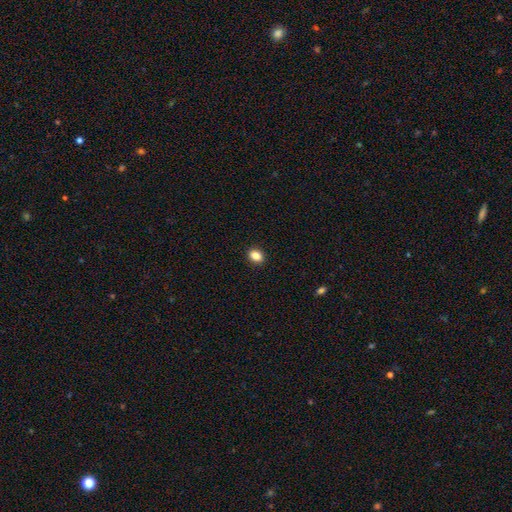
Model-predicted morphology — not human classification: This is clearly a smooth galaxy (87%). How rounded: likely in between (67%). Merging: clearly none (91%).